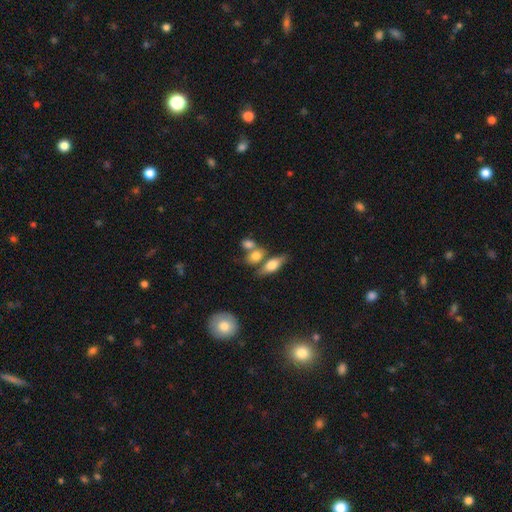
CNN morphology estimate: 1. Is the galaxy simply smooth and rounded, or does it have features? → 73% smooth, 18% featured or disk, 9% star or artifact.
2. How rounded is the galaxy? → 69% in between, 22% round, 9% cigar-shaped.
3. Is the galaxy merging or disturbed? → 45% none, 37% merger, 13% minor disturbance, 6% major disturbance.